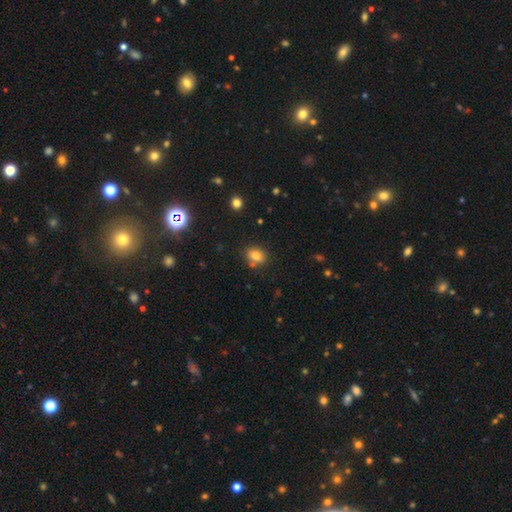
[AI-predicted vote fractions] smooth-or-featured: smooth: 79% | star or artifact: 12% | featured or disk: 9%
  how-rounded: in between: 53% | round: 46% | cigar-shaped: 1%
  merging: none: 75% | minor disturbance: 12% | merger: 10% | major disturbance: 3%